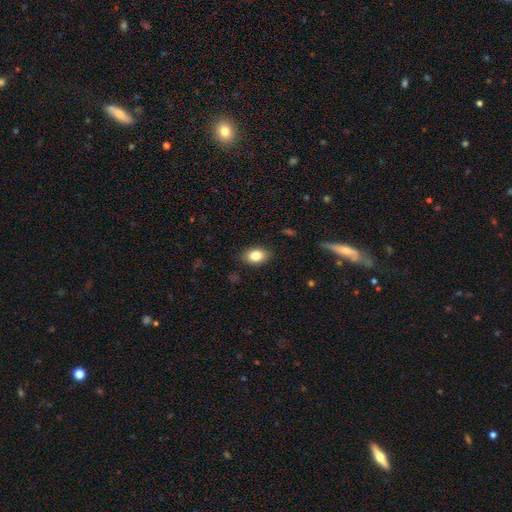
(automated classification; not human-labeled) Smooth or featured? smooth (83%)
How rounded? in between (81%)
Merging? none (86%)